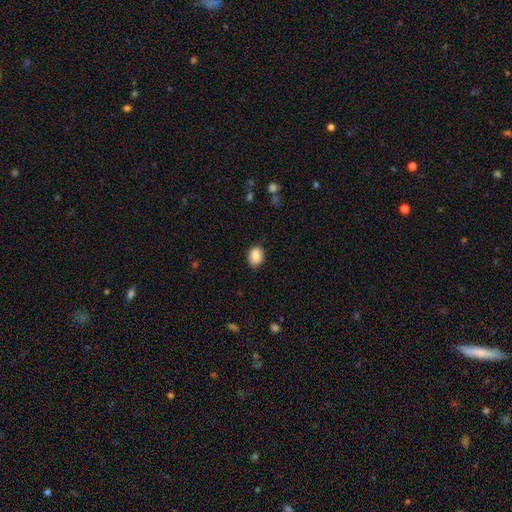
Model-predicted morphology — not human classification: smooth-or-featured: smooth: 86% | star or artifact: 8% | featured or disk: 7%
  how-rounded: in between: 67% | round: 32% | cigar-shaped: 1%
  merging: none: 84% | minor disturbance: 12% | major disturbance: 3% | merger: 1%